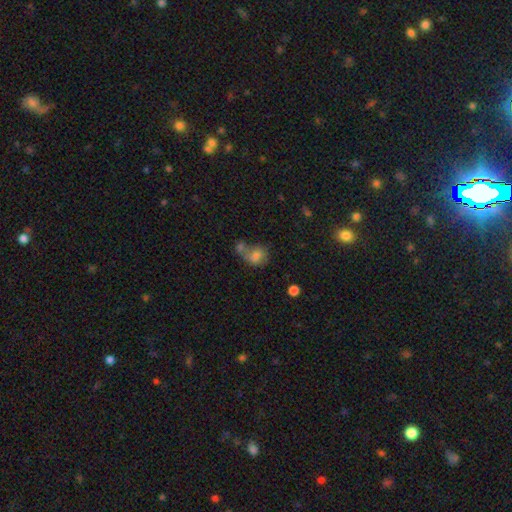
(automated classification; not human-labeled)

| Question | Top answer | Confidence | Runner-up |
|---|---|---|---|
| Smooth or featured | smooth | 72% | featured or disk (16%) |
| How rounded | in between | 56% | round (42%) |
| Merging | merger | 45% | none (29%) |